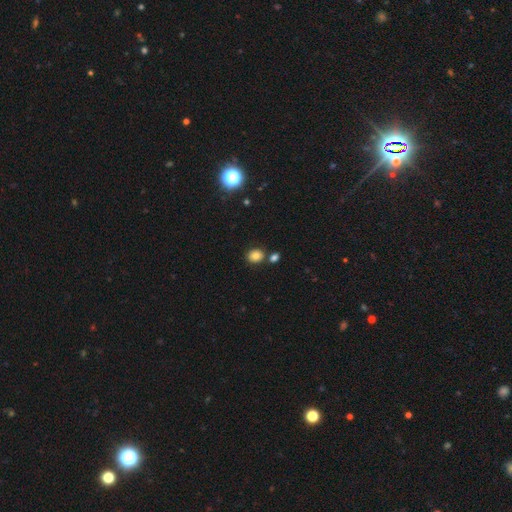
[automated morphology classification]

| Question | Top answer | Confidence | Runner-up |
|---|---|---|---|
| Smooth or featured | smooth | 78% | star or artifact (13%) |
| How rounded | round | 61% | in between (38%) |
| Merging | none | 74% | merger (13%) |